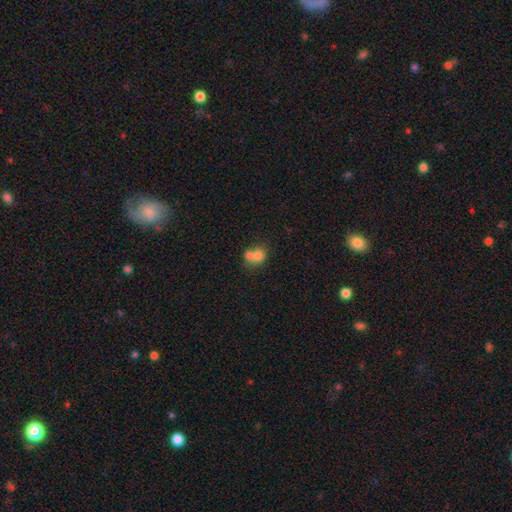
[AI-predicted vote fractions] Smooth or featured: smooth — 72% (featured or disk — 17%)
How rounded: round — 59% (in between — 40%)
Merging: merger — 66% (none — 23%)